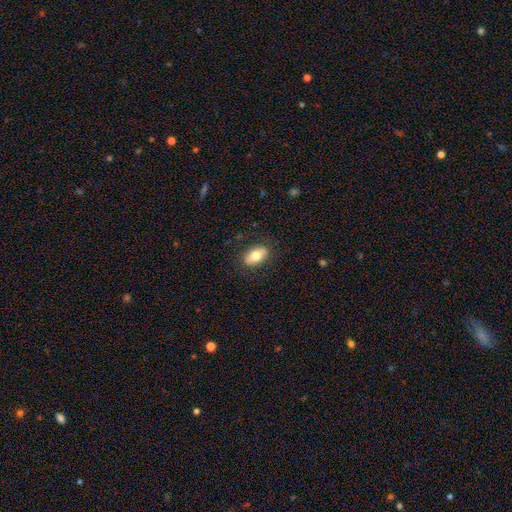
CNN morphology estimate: type=smooth (73%); roundness=in between (90%); merging=none (85%).